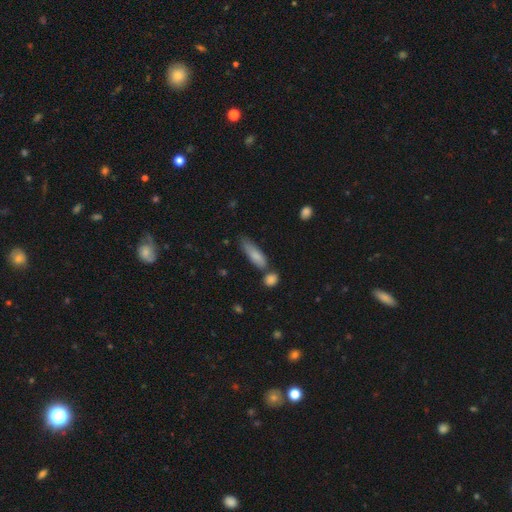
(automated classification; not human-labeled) The model was most divided on "how rounded": cigar-shaped: 51%, in between: 46%, round: 2%. Remaining: smooth or featured — smooth (81%); merging — none (47%).